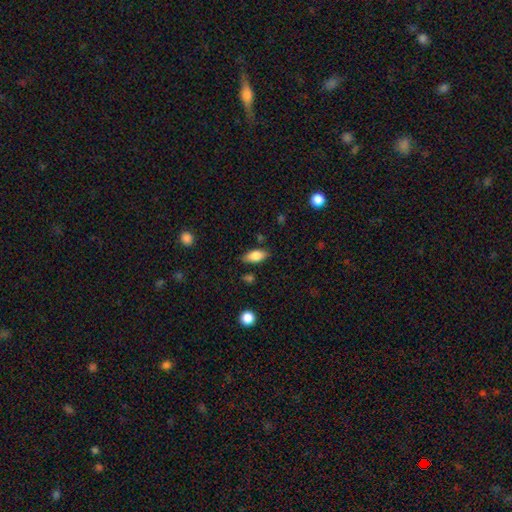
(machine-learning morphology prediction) smooth-or-featured: smooth: 83% | featured or disk: 10% | star or artifact: 7%
  how-rounded: in between: 87% | cigar-shaped: 10% | round: 4%
  merging: none: 82% | minor disturbance: 13% | major disturbance: 3% | merger: 2%